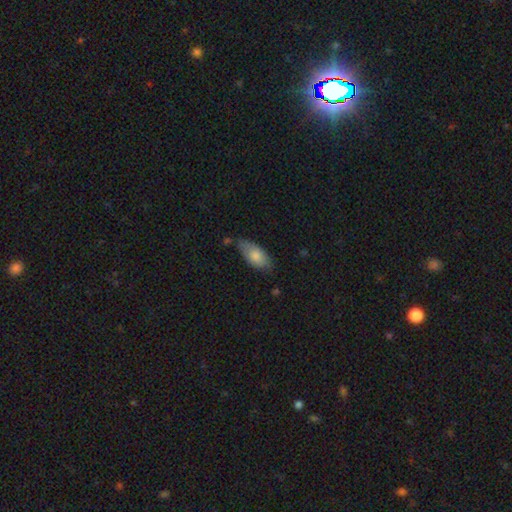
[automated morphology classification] A smooth galaxy with no disk features (80%) that is in between round and cigar-shaped (90%). Merging: none (63%).